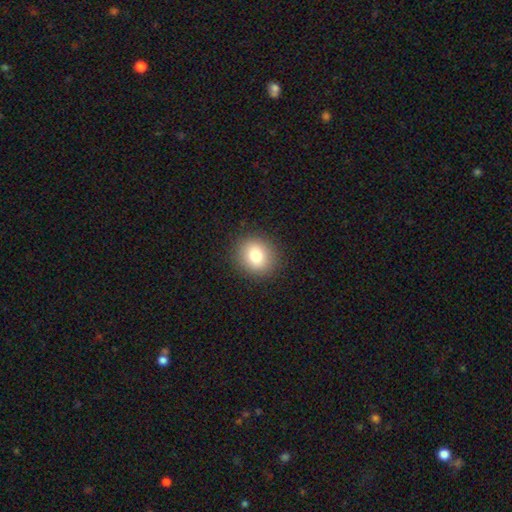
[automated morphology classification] Q: Smooth or featured?
A: smooth (81%); runner-up: star or artifact (10%)
Q: How rounded?
A: round (79%); runner-up: in between (20%)
Q: Merging?
A: none (90%); runner-up: minor disturbance (7%)